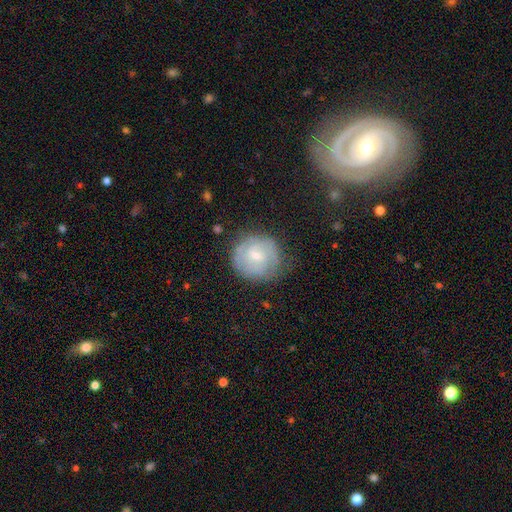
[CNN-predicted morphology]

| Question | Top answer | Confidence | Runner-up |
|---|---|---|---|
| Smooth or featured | featured or disk | 50% | smooth (43%) |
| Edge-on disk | no | 97% | yes (3%) |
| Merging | none | 70% | minor disturbance (21%) |